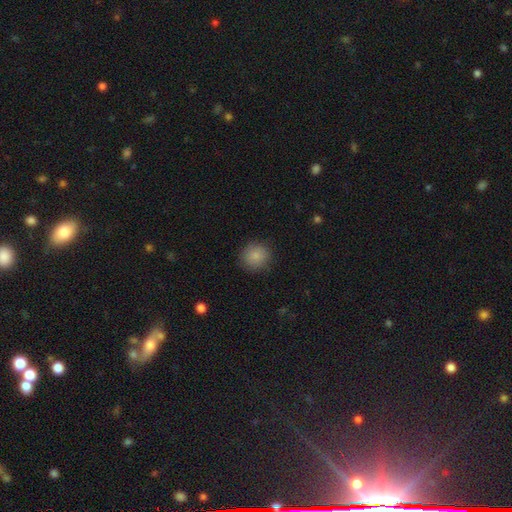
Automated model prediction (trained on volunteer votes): Overall: smooth (86%). How rounded: round (88%). Merging: none (87%).